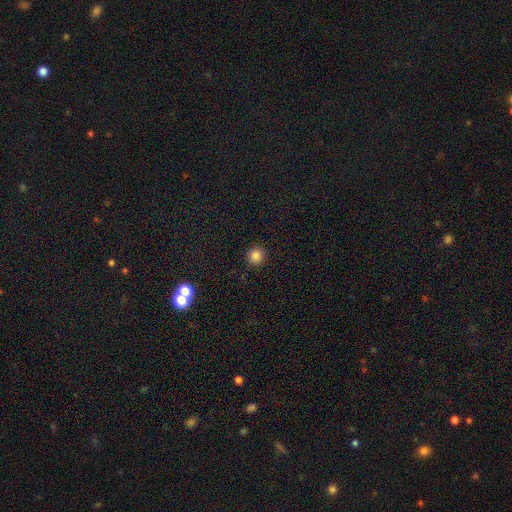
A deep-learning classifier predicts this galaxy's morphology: Q: Smooth or featured?
A: smooth (85%); runner-up: star or artifact (12%)
Q: How rounded?
A: round (95%); runner-up: in between (4%)
Q: Merging?
A: none (92%); runner-up: minor disturbance (5%)